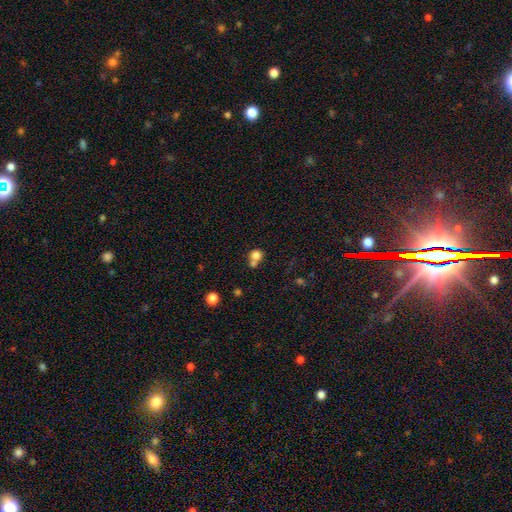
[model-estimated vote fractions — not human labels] Smooth or featured? smooth (78%)
How rounded? round (81%)
Merging? merger (46%)